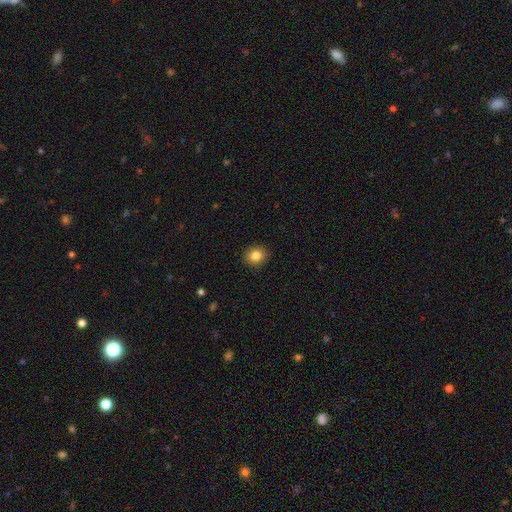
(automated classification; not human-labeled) This is clearly a smooth galaxy (84%). How rounded: likely round (70%). Merging: clearly none (90%).